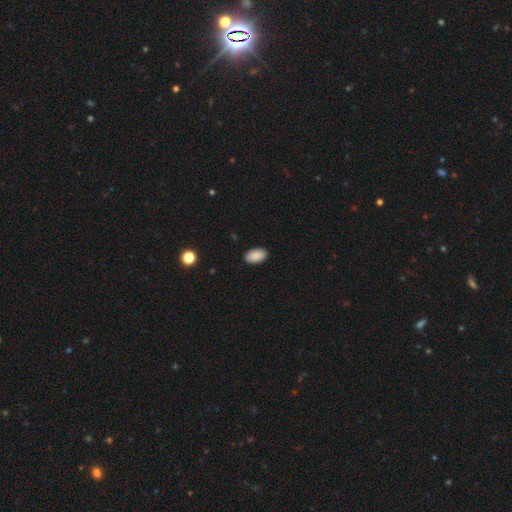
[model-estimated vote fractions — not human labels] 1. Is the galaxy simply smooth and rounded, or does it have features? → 90% smooth, 7% star or artifact, 3% featured or disk.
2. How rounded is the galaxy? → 94% in between, 5% round, 1% cigar-shaped.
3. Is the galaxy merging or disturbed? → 90% none, 7% minor disturbance, 2% major disturbance, 1% merger.